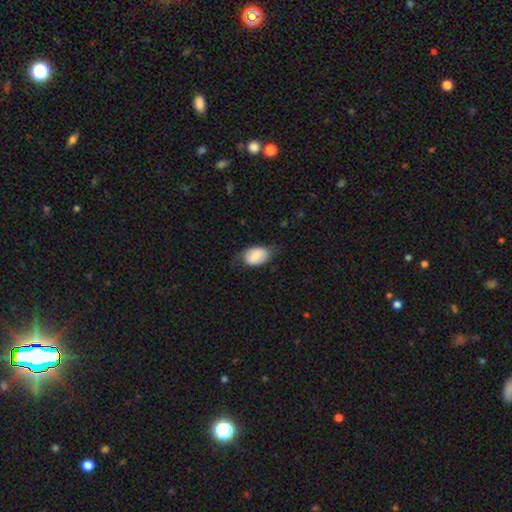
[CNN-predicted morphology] smooth_or_featured: smooth (p=0.77) [alt: featured or disk p=0.16]
how_rounded: in between (p=0.87) [alt: round p=0.12]
merging: none (p=0.59) [alt: minor disturbance p=0.30]